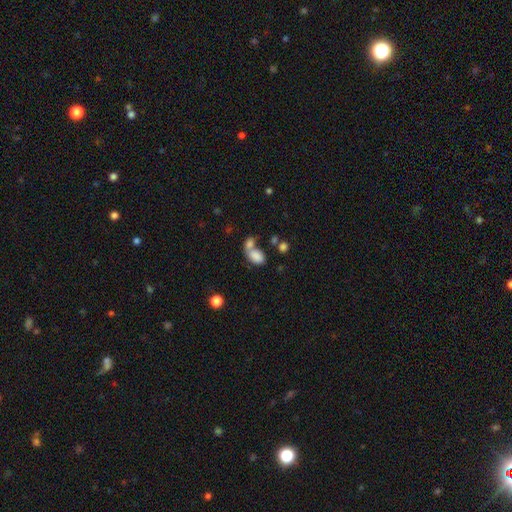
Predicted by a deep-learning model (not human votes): smooth_or_featured: smooth (p=0.81) [alt: star or artifact p=0.10]
how_rounded: in between (p=0.86) [alt: round p=0.12]
merging: merger (p=0.54) [alt: none p=0.29]